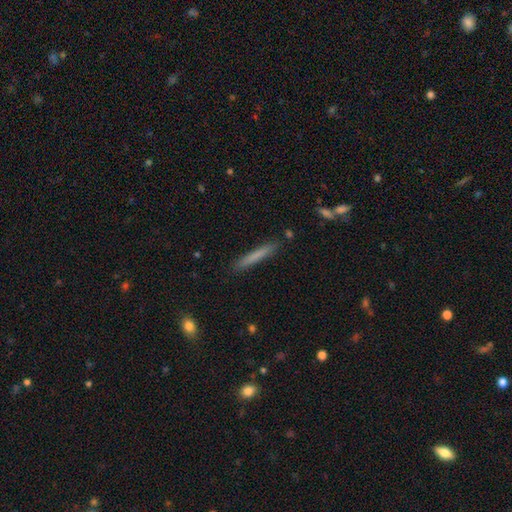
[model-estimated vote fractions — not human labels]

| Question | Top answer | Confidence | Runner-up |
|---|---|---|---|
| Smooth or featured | smooth | 73% | featured or disk (20%) |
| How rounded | cigar-shaped | 96% | in between (3%) |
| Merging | none | 88% | minor disturbance (8%) |